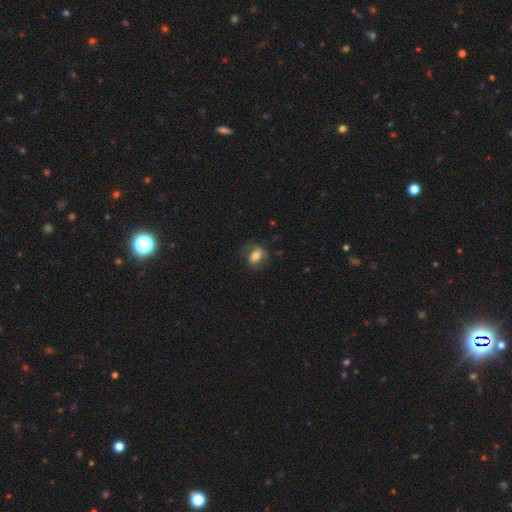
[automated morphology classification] Smooth or featured? smooth (59%)
How rounded? in between (77%)
Merging? none (62%)